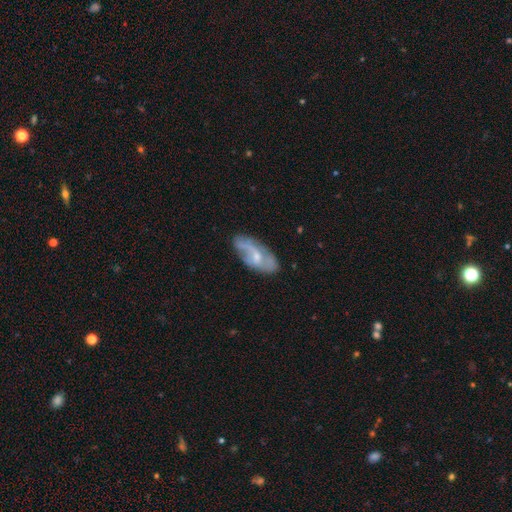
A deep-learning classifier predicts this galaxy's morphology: Smooth or featured: featured or disk — 62% (smooth — 31%)
Edge-on disk: no — 90% (yes — 10%)
Bar: no — 53% (weak — 39%)
Spiral arms: yes — 75% (no — 25%)
Bulge size: small — 54% (moderate — 39%)
Merging: none — 63% (minor disturbance — 25%)